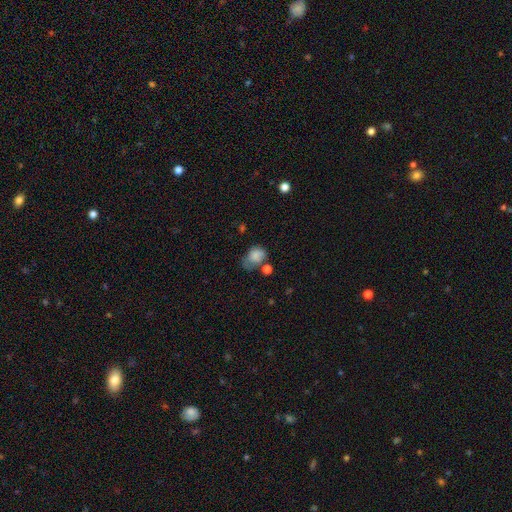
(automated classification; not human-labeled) smooth_or_featured: smooth (p=0.75) [alt: featured or disk p=0.14]
how_rounded: in between (p=0.66) [alt: round p=0.33]
merging: minor disturbance (p=0.32) [alt: none p=0.30]